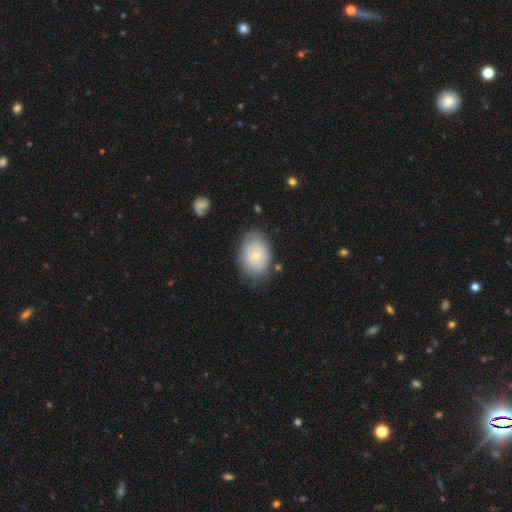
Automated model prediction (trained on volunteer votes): This appears to be a smooth galaxy with no disk features (61%) that is in between round and cigar-shaped (82%). Merging: none (75%).